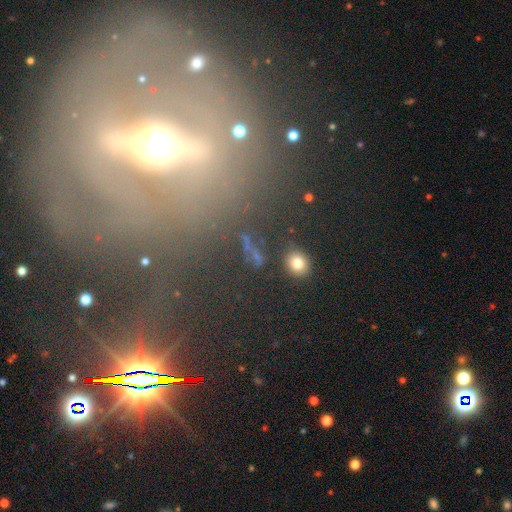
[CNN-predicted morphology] A featured or disk galaxy (43%).

Vote fractions:
- Smooth or featured? featured or disk: 43% / star or artifact: 36% / smooth: 20%
- Merging? none: 79% / minor disturbance: 10% / major disturbance: 7% / merger: 4%